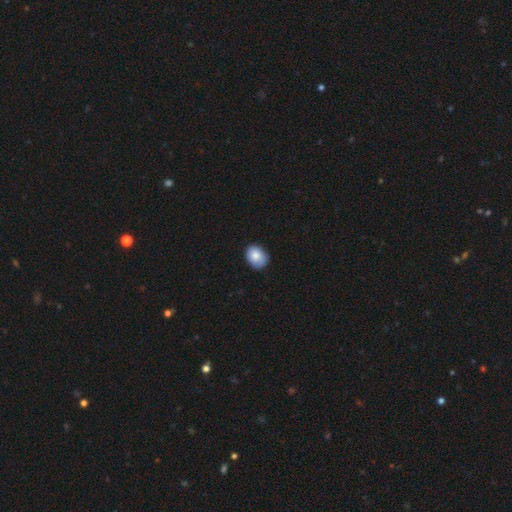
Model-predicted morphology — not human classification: The model was most divided on "how rounded": in between: 53%, round: 46%, cigar-shaped: 1%. More confident: smooth or featured — smooth (83%); merging — none (76%).